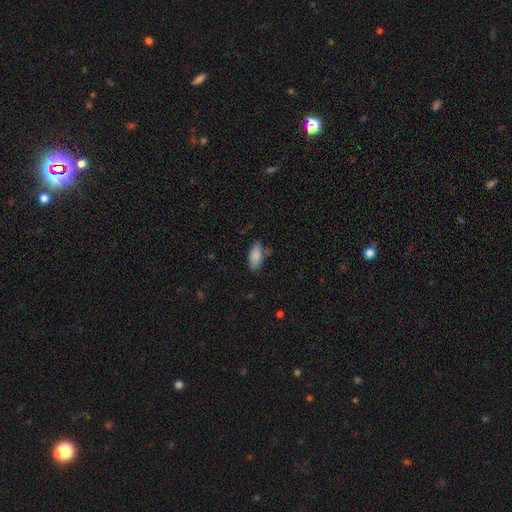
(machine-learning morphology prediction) Q: Smooth or featured?
A: smooth (85%); runner-up: featured or disk (8%)
Q: How rounded?
A: in between (88%); runner-up: cigar-shaped (10%)
Q: Merging?
A: none (67%); runner-up: minor disturbance (22%)